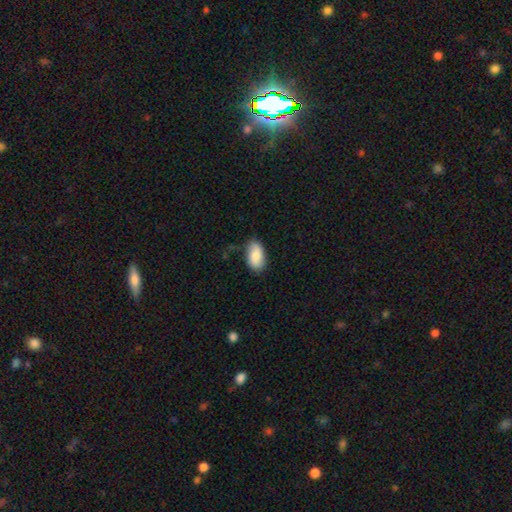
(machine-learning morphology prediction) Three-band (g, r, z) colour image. It shows a smooth galaxy with no disk features (84%) that is in between round and cigar-shaped (94%). Merging: none (69%).